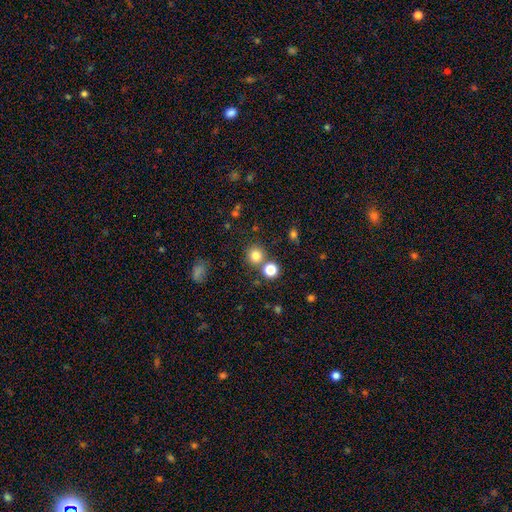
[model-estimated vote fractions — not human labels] Morphology: type=smooth (80%); roundness=round (92%); merging=none (75%).